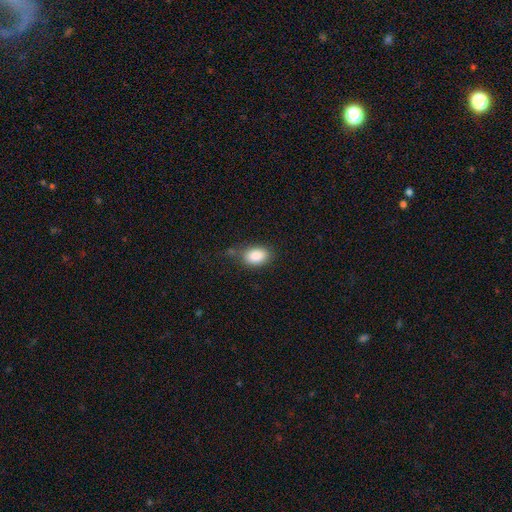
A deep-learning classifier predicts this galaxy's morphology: The model was most divided on "merging": none: 64%, minor disturbance: 23%, major disturbance: 8%, merger: 5%. More confident: smooth or featured — smooth (87%); how rounded — in between (86%).